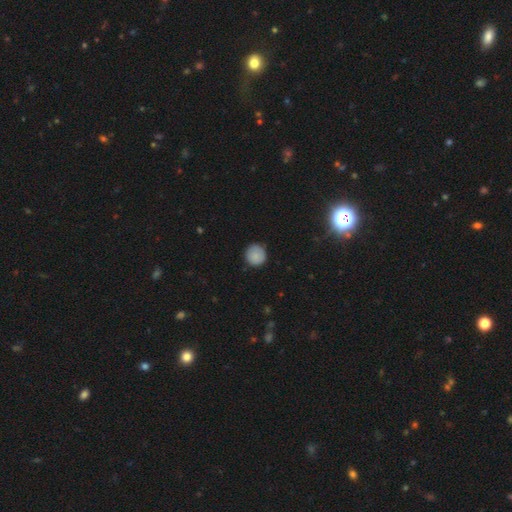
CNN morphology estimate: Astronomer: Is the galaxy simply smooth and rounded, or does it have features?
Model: smooth — 85%.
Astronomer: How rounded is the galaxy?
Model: round — 94%.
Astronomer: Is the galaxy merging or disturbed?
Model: none — 85%.